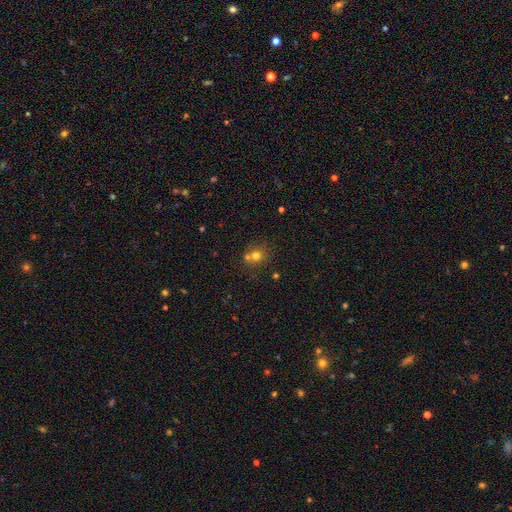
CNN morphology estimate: Smooth or featured: smooth — 70% (star or artifact — 18%)
How rounded: round — 81% (in between — 18%)
Merging: none — 58% (merger — 29%)